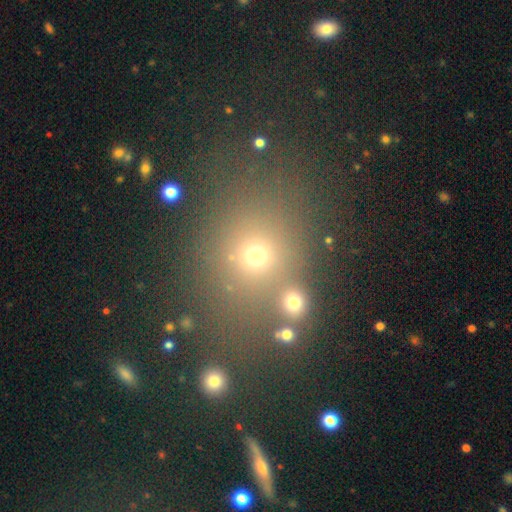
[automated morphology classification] Smooth or featured? Predicted: smooth (p=0.57). How rounded? Predicted: round (p=0.62). Merging? Predicted: none (p=0.73).